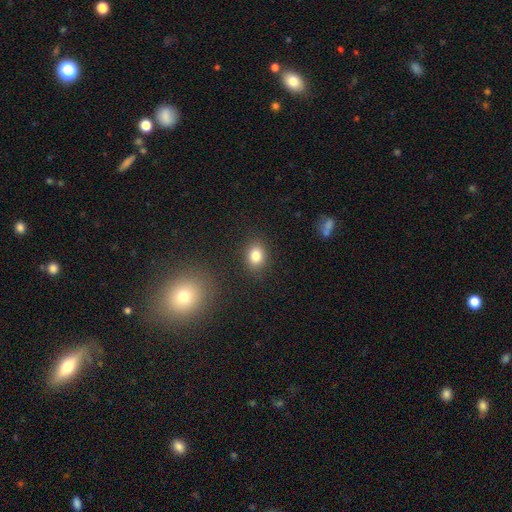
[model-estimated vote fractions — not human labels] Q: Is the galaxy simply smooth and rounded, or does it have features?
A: smooth — 82%.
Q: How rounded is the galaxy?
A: in between — 56%.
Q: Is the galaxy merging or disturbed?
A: none — 86%.